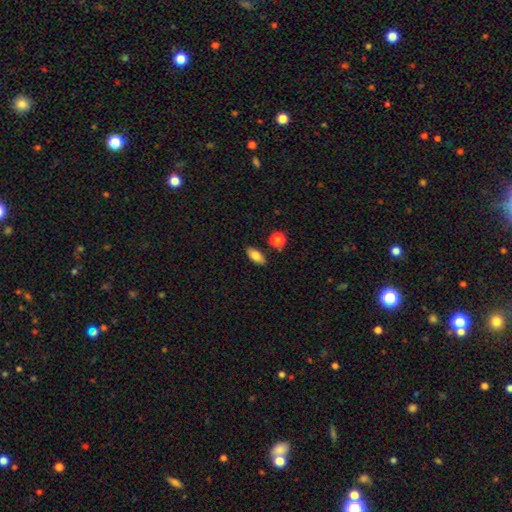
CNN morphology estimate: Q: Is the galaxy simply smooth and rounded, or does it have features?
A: smooth — 82%.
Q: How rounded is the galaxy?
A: in between — 86%.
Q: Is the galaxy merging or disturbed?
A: none — 83%.